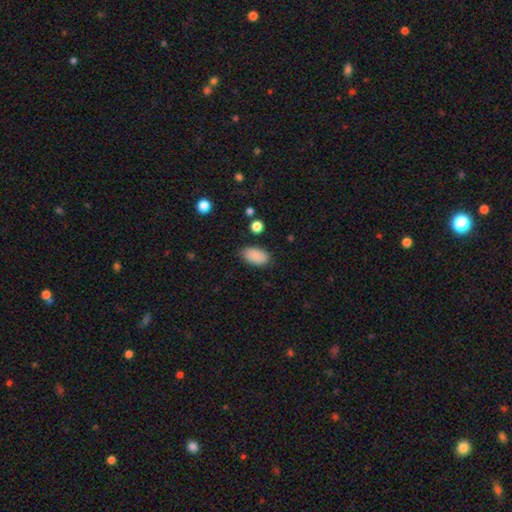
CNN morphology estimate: Smooth or featured?
  - smooth: 89% *
  - star or artifact: 8%
  - featured or disk: 4%
How rounded?
  - in between: 94% *
  - round: 4%
  - cigar-shaped: 2%
Merging?
  - none: 82% *
  - minor disturbance: 13%
  - major disturbance: 3%
  - merger: 2%